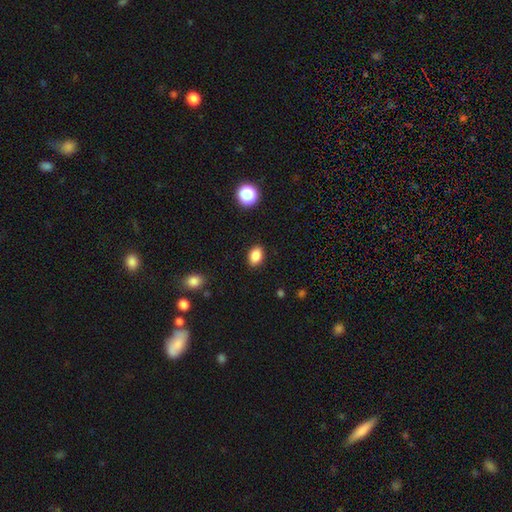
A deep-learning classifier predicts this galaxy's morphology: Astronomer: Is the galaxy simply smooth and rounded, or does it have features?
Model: smooth — 87%.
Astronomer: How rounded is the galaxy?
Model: in between — 82%.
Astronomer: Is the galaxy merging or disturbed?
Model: none — 88%.